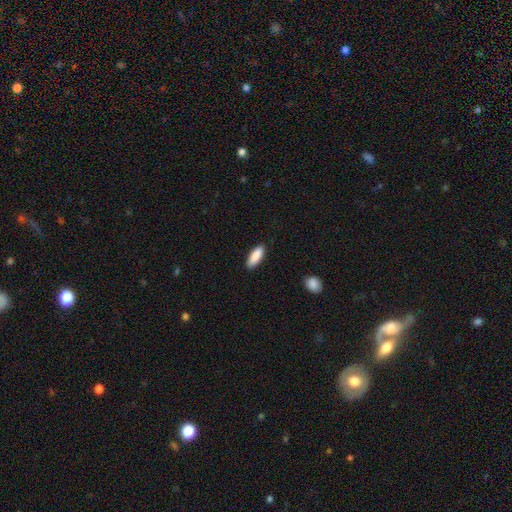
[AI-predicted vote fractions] Smooth or featured? smooth (89%)
How rounded? in between (69%)
Merging? none (88%)